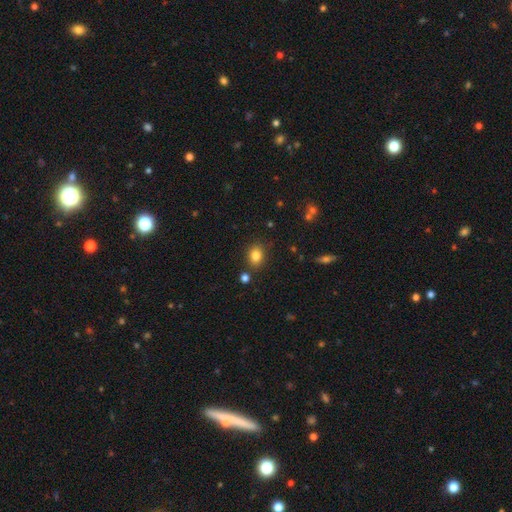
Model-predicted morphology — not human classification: Smooth or featured: smooth — 83% (star or artifact — 11%)
How rounded: in between — 55% (round — 43%)
Merging: none — 81% (minor disturbance — 11%)